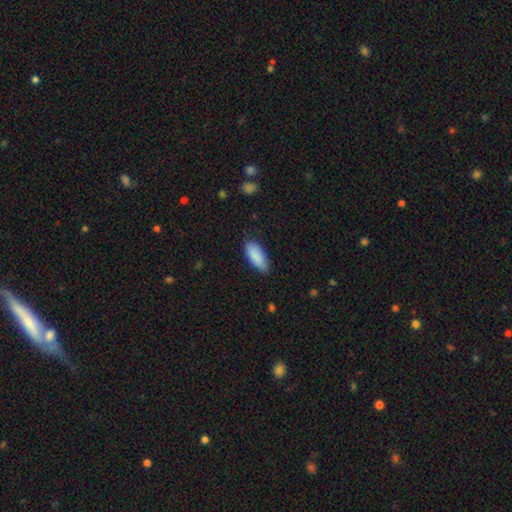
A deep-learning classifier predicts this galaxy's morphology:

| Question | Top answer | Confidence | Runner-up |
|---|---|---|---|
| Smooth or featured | smooth | 89% | star or artifact (6%) |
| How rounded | in between | 79% | cigar-shaped (19%) |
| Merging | none | 80% | minor disturbance (16%) |